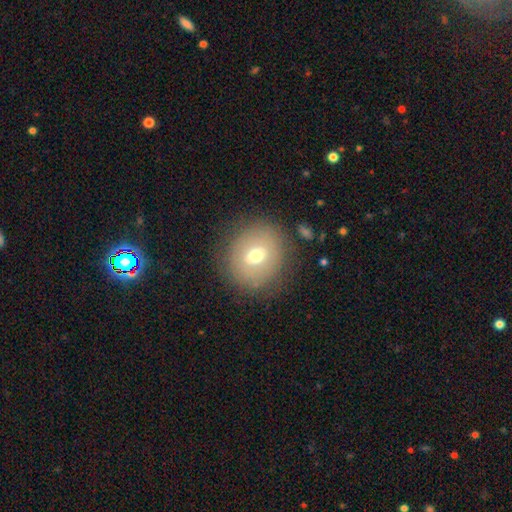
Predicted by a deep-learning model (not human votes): Smooth or featured? smooth (58%)
How rounded? round (76%)
Merging? none (81%)